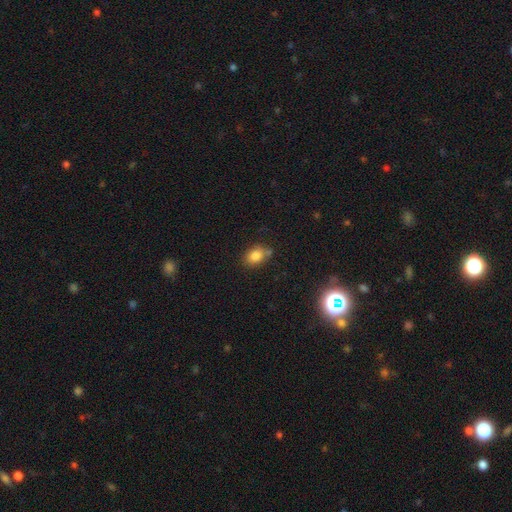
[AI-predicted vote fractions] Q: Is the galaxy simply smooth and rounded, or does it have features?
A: smooth — 83%.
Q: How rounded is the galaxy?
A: in between — 68%.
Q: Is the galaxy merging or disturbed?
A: none — 68%.